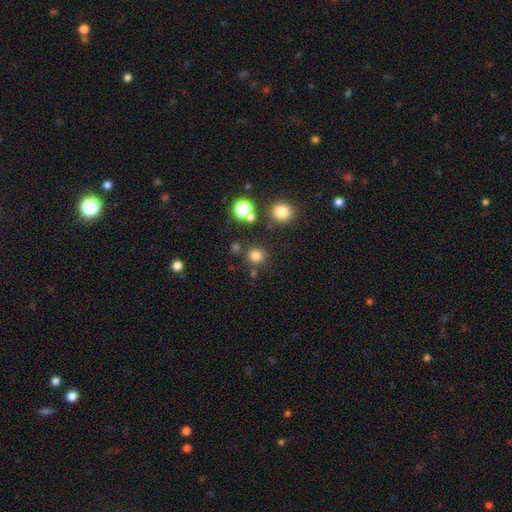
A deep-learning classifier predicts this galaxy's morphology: This appears to be a smooth galaxy with no disk features (77%) that is round (91%). Merging: none (83%).